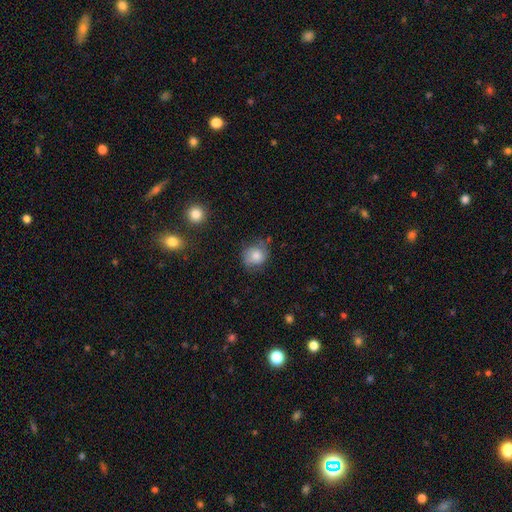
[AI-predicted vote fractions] Smooth or featured: smooth — 72% (featured or disk — 18%)
How rounded: round — 76% (in between — 23%)
Merging: none — 63% (minor disturbance — 26%)